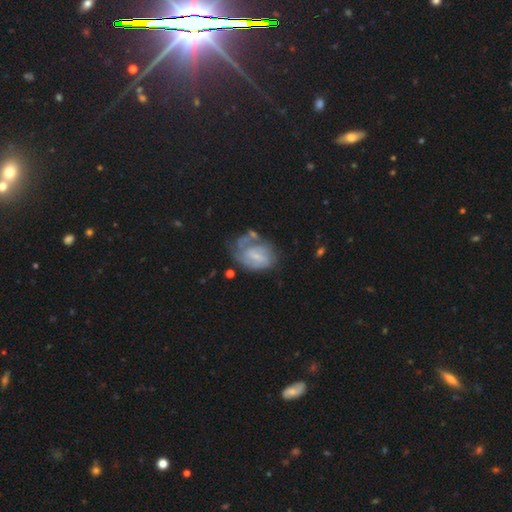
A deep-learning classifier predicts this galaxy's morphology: A featured or disk galaxy (68%) with a weak bar (50%), tight (48%) spiral arms (78%) and a small central bulge (55%). Merging: none (39%).